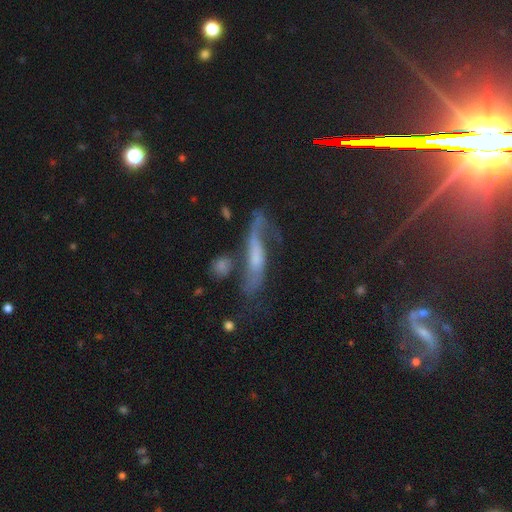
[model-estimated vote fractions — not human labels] Smooth or featured: featured or disk — 60% (smooth — 26%)
Edge-on disk: no — 62% (yes — 38%)
Merging: none — 42% (major disturbance — 24%)